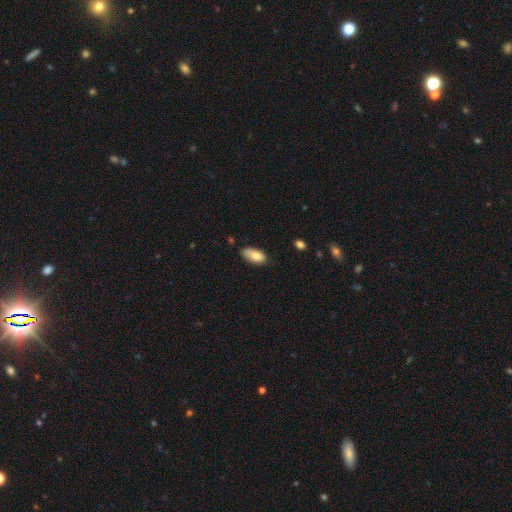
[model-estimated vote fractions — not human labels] A smooth galaxy with no disk features (82%) that is in between round and cigar-shaped (92%). Merging: none (63%).